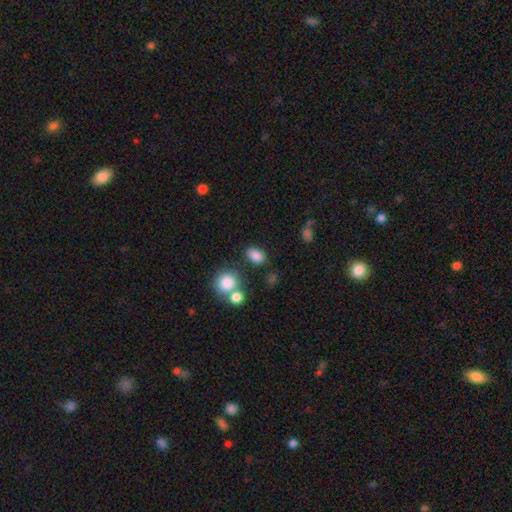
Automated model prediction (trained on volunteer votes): smooth 85%, star or artifact 10%, featured or disk 5%. Down the decision tree: how rounded — in between (82%); merging — none (75%).